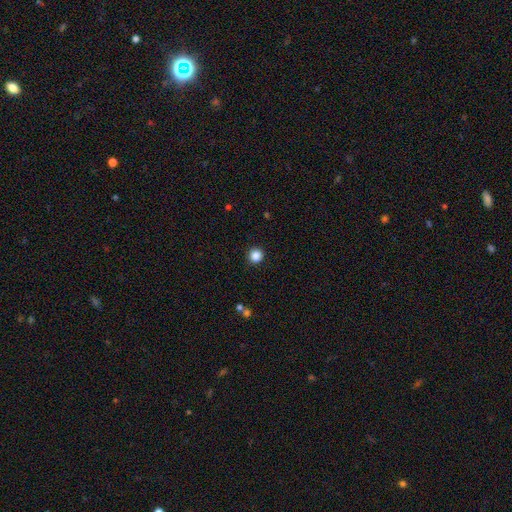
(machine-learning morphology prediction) Q: Smooth or featured?
A: smooth (86%); runner-up: star or artifact (11%)
Q: How rounded?
A: round (95%); runner-up: in between (4%)
Q: Merging?
A: none (92%); runner-up: minor disturbance (5%)